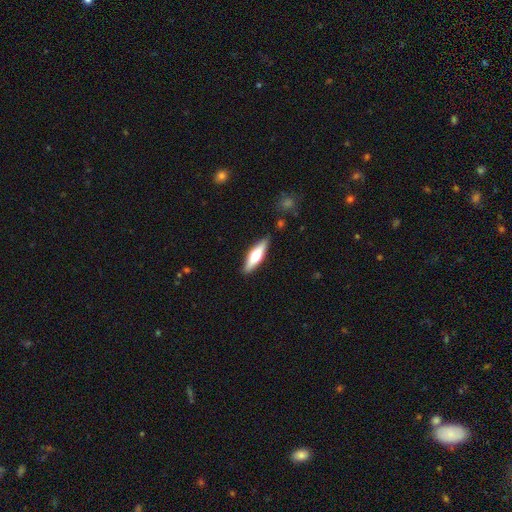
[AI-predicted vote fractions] The model was most divided on "smooth or featured": smooth: 52%, featured or disk: 43%, star or artifact: 5%. More confident: merging — none (87%); how rounded — cigar-shaped (62%).